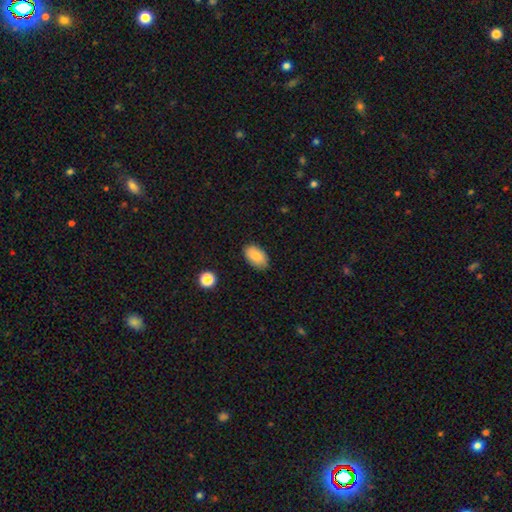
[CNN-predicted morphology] smooth 82%, featured or disk 11%, star or artifact 7%. Down the decision tree: how rounded — in between (93%); merging — none (84%).